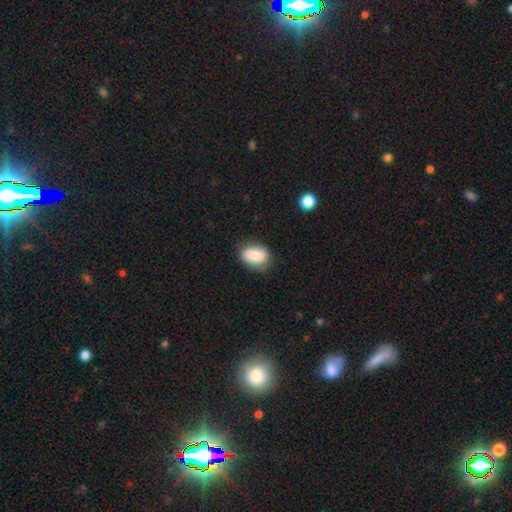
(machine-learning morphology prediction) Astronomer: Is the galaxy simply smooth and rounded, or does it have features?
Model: smooth — 82%.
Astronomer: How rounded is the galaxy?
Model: in between — 78%.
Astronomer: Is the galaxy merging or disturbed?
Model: none — 79%.